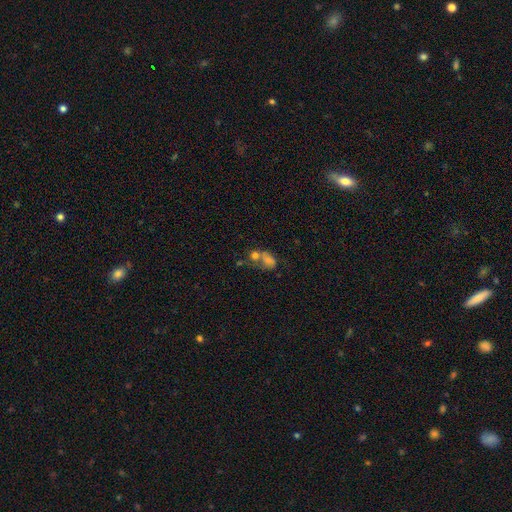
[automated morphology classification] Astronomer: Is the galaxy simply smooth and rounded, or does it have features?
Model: smooth — 55%.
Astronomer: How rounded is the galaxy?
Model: in between — 59% (runner-up: round, 39%).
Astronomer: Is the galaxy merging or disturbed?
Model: merger — 59%.